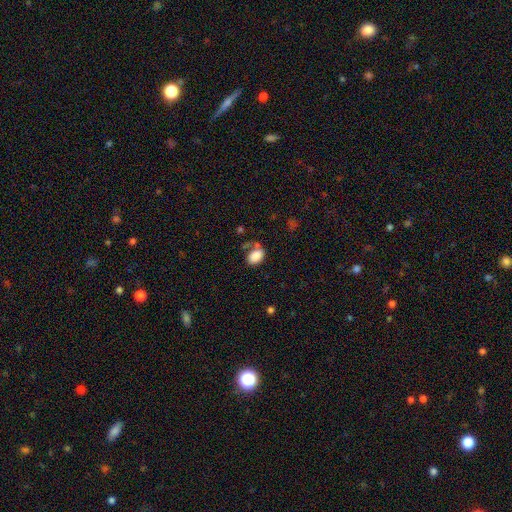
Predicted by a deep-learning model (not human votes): Smooth or featured: smooth — 85% (star or artifact — 9%)
How rounded: in between — 84% (round — 15%)
Merging: none — 54% (minor disturbance — 20%)